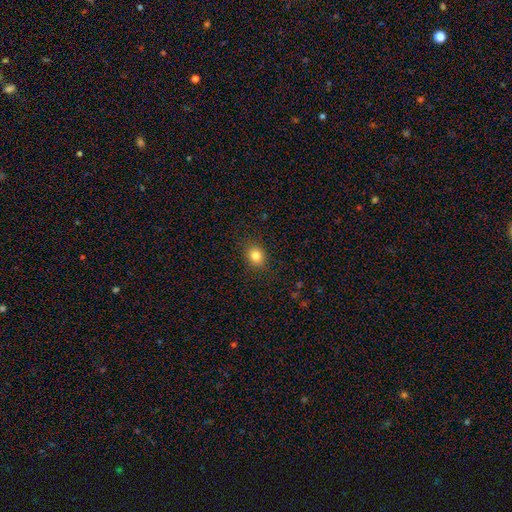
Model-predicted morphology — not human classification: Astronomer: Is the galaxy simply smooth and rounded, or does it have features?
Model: smooth — 82%.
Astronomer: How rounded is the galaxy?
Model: round — 63%.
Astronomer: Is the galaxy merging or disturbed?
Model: none — 88%.